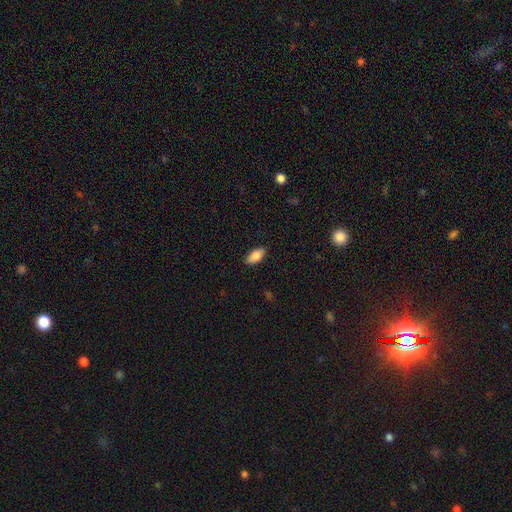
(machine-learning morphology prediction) Smooth or featured: smooth — 82% (featured or disk — 12%)
How rounded: in between — 89% (cigar-shaped — 8%)
Merging: none — 88% (minor disturbance — 9%)